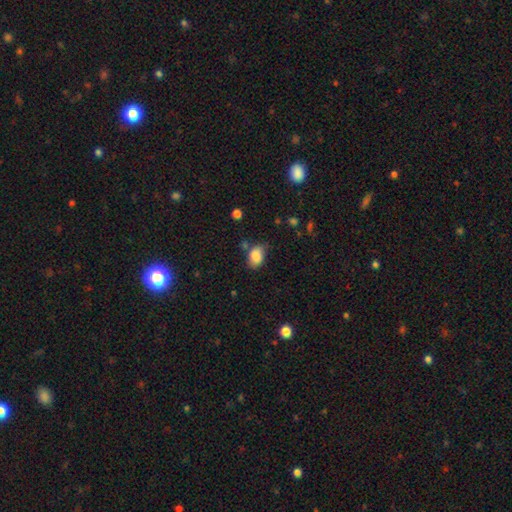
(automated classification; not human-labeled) Overall: smooth (83%). How rounded: in between (81%). Merging: none (63%; minor disturbance 25%).